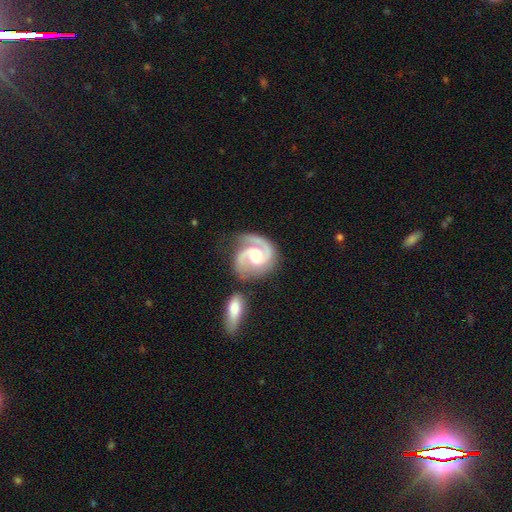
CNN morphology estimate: Smooth or featured? Predicted: featured or disk (p=0.91). Edge-on disk? Predicted: no (p=0.98). Bar? Predicted: weak (p=0.45). Spiral arms? Predicted: yes (p=0.98). Spiral winding? Predicted: medium (p=0.51). Spiral arm count? Predicted: 2 (p=0.86). Bulge size? Predicted: moderate (p=0.66). Merging? Predicted: none (p=0.61).